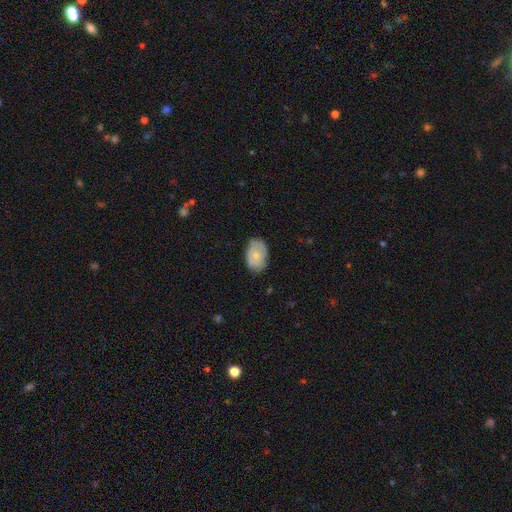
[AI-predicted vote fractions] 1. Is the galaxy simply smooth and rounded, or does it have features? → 71% smooth, 23% featured or disk, 6% star or artifact.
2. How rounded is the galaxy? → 86% in between, 13% round, 1% cigar-shaped.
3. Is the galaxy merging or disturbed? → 73% none, 22% minor disturbance, 4% major disturbance, 1% merger.